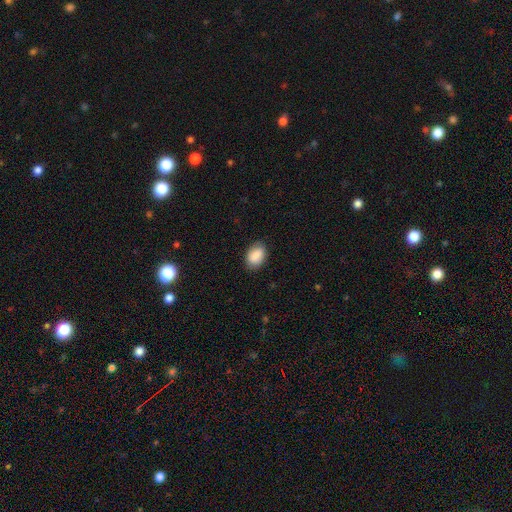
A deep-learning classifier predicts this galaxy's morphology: type=smooth (87%); roundness=in between (87%); merging=none (83%).